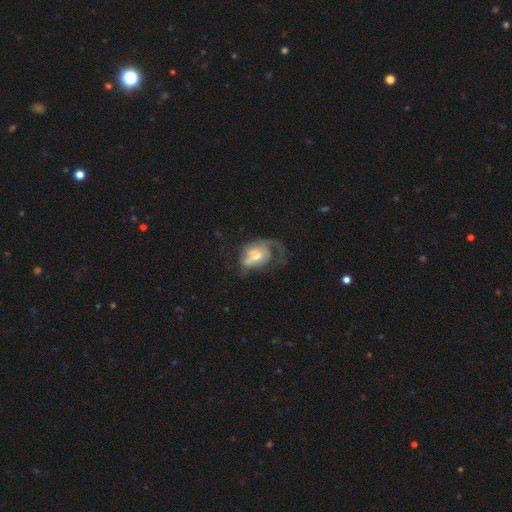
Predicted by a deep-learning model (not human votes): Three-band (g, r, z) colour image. It shows a featured or disk galaxy (58%) with no bar (57%), spiral arms (65%) and a moderate central bulge (49%). Merging: major disturbance (52%).